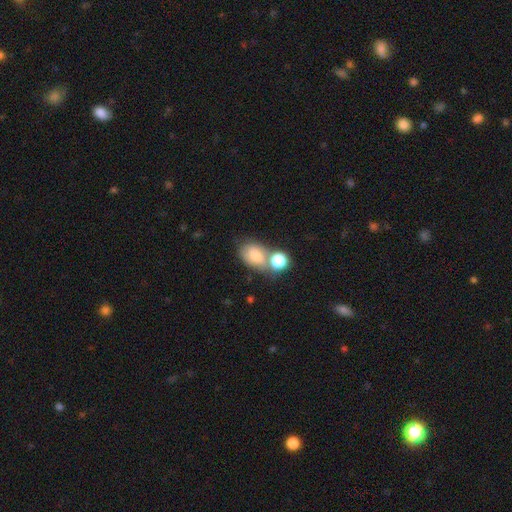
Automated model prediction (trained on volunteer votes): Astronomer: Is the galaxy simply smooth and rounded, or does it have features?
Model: smooth — 75%.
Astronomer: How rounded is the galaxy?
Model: in between — 76%.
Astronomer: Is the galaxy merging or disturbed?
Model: merger — 40% (runner-up: none, 37%).